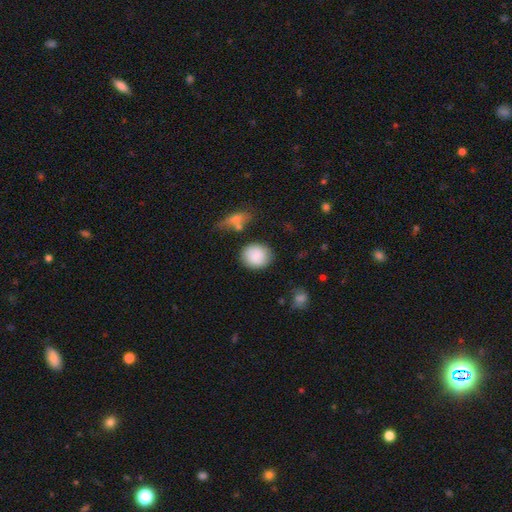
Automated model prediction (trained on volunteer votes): smooth-or-featured: smooth: 85% | featured or disk: 7% | star or artifact: 7%
  how-rounded: round: 76% | in between: 23% | cigar-shaped: 1%
  merging: none: 76% | minor disturbance: 15% | merger: 5% | major disturbance: 4%